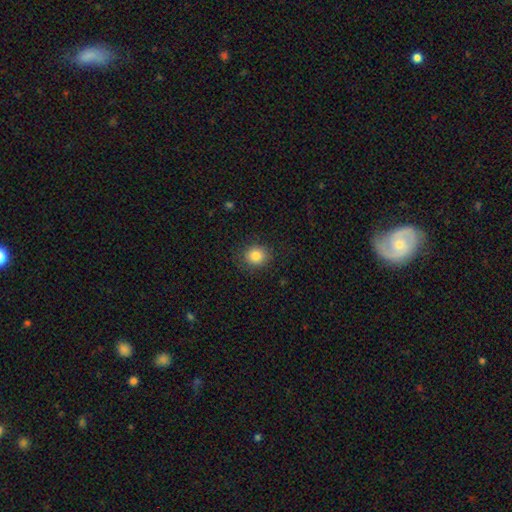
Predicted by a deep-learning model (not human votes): Smooth or featured? smooth (84%)
How rounded? round (79%)
Merging? none (87%)